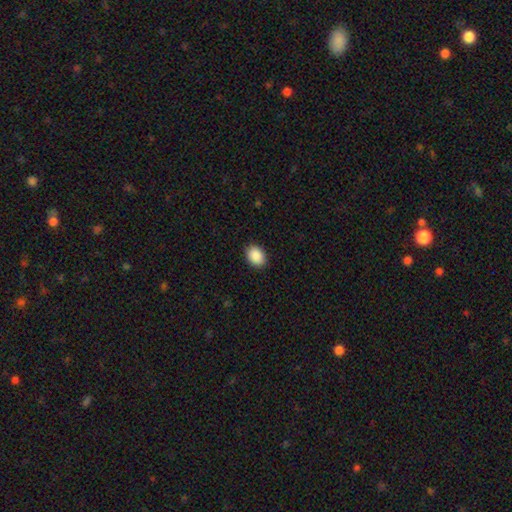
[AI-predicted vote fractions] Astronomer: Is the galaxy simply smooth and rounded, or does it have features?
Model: smooth — 90%.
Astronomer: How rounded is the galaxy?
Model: in between — 67%.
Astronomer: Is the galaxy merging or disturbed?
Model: none — 90%.